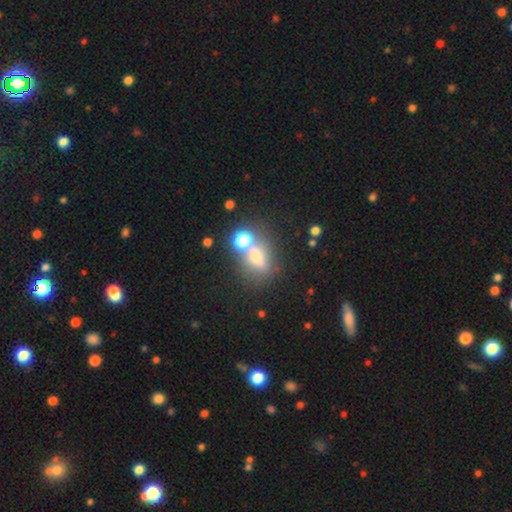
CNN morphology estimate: Smooth or featured?
  - smooth: 61% *
  - featured or disk: 20%
  - star or artifact: 20%
How rounded?
  - in between: 61% *
  - round: 32%
  - cigar-shaped: 7%
Merging?
  - none: 42% *
  - merger: 35%
  - minor disturbance: 13%
  - major disturbance: 9%